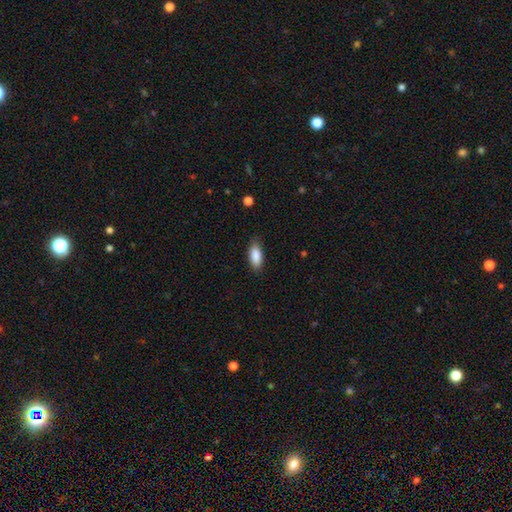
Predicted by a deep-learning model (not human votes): smooth_or_featured: smooth (p=0.88) [alt: star or artifact p=0.06]
how_rounded: in between (p=0.82) [alt: cigar-shaped p=0.16]
merging: none (p=0.83) [alt: minor disturbance p=0.13]